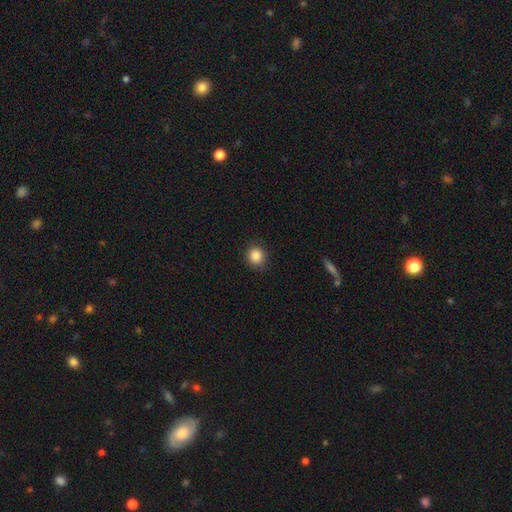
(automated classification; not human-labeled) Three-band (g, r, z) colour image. It shows a smooth galaxy with no disk features (87%) that is round (84%). Merging: none (89%).